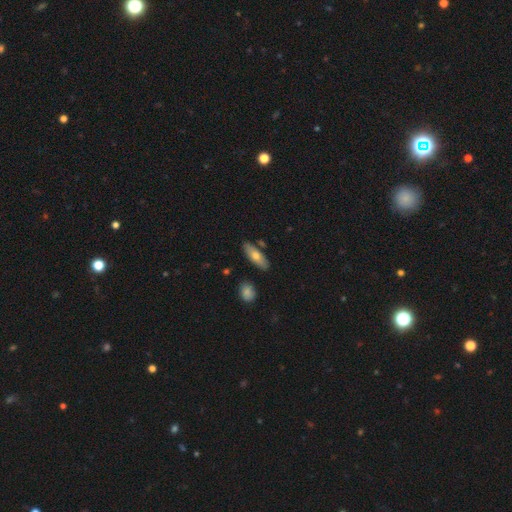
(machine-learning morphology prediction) Smooth or featured? Predicted: smooth (p=0.66). How rounded? Predicted: in between (p=0.63). Merging? Predicted: none (p=0.83).